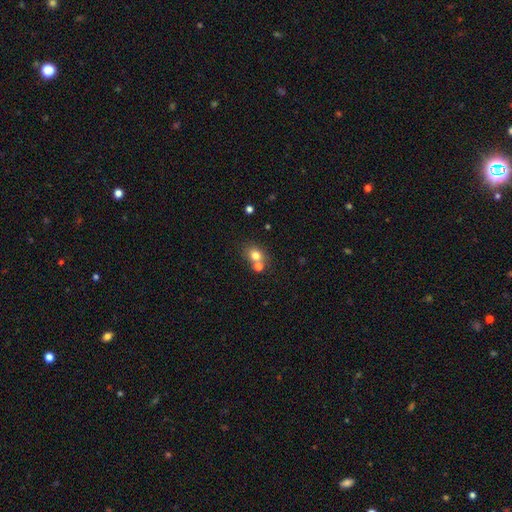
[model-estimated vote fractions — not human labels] smooth-or-featured: smooth: 77% | star or artifact: 13% | featured or disk: 11%
  how-rounded: round: 59% | in between: 40% | cigar-shaped: 1%
  merging: none: 53% | merger: 33% | minor disturbance: 10% | major disturbance: 4%